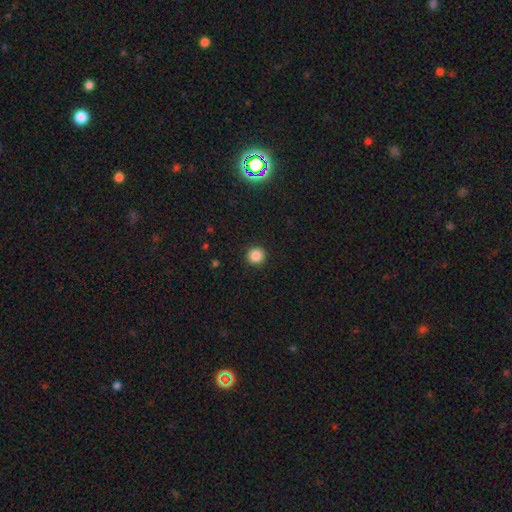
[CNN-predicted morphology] smooth 86%, star or artifact 11%, featured or disk 4%. Down the decision tree: how rounded — round (93%); merging — none (92%).